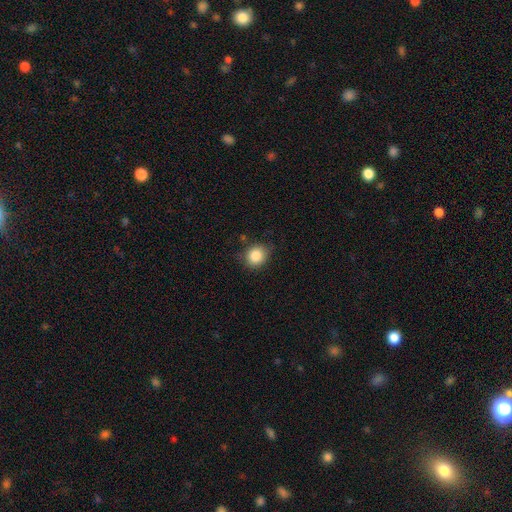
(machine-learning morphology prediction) The model was most divided on "how rounded": round: 77%, in between: 22%, cigar-shaped: 1%. More confident: smooth or featured — smooth (85%); merging — none (79%).